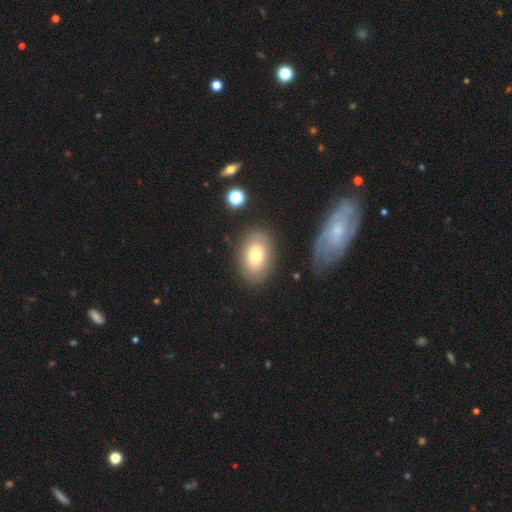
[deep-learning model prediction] Smooth or featured: smooth — 68% (featured or disk — 23%)
How rounded: in between — 82% (round — 17%)
Merging: none — 80% (minor disturbance — 12%)